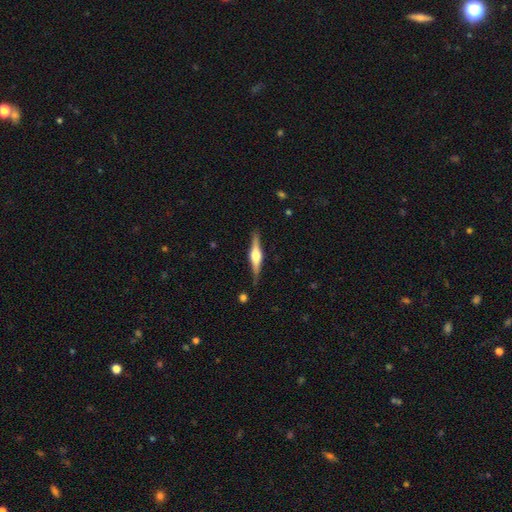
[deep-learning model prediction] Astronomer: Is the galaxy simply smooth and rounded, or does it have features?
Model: featured or disk — 75%.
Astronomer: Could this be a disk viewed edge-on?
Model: yes — 98%.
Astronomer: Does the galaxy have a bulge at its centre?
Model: rounded — 88%.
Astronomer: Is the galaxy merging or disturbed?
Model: none — 87%.